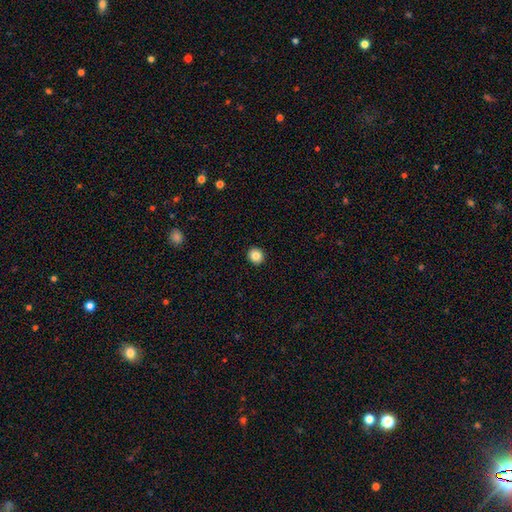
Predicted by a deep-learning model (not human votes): This appears to be a smooth galaxy with no disk features (85%) that is round (86%). Merging: none (93%).